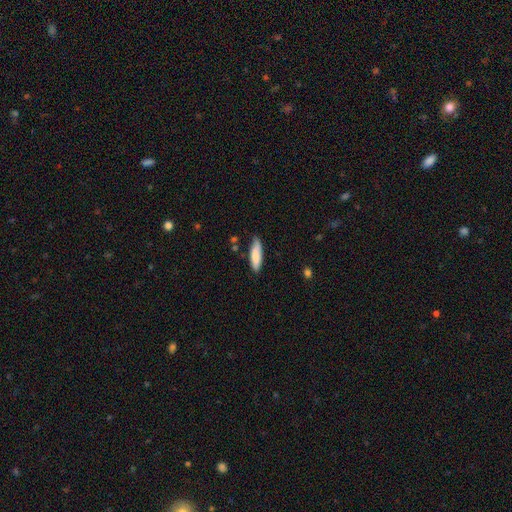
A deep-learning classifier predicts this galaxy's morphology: smooth 82%, featured or disk 12%, star or artifact 6%. Down the decision tree: how rounded — cigar-shaped (57%); merging — none (76%).